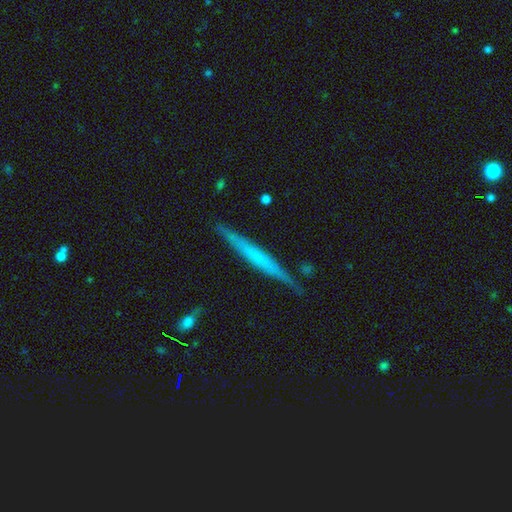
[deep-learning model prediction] smooth_or_featured: featured or disk (p=0.53) [alt: smooth p=0.41]
disk_edge_on: yes (p=0.97) [alt: no p=0.03]
edge_on_bulge: none (p=0.76) [alt: rounded p=0.14]
merging: none (p=0.85) [alt: minor disturbance p=0.11]